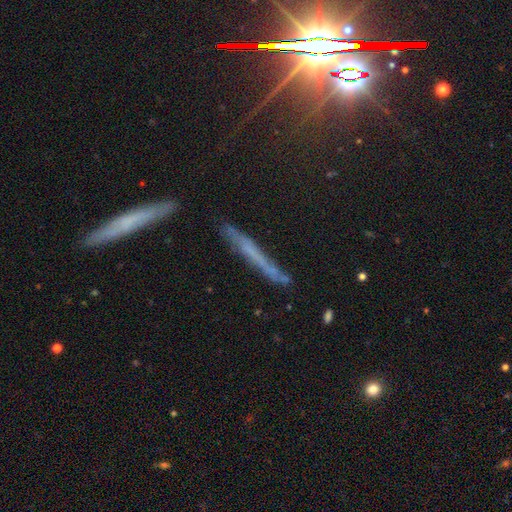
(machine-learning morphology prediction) Overall: featured or disk (47%; smooth 34%). Merging: none (80%).